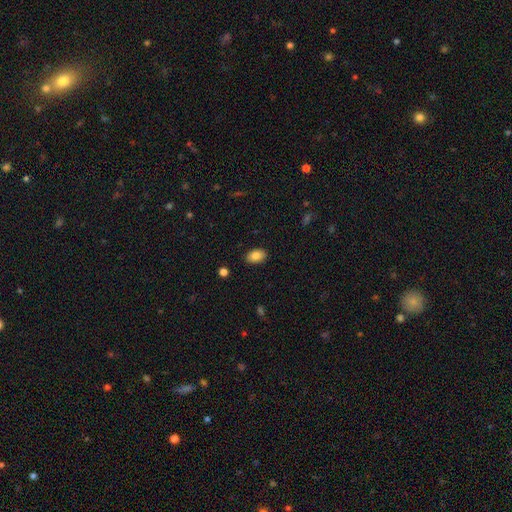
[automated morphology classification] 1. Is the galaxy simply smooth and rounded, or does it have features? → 86% smooth, 8% star or artifact, 6% featured or disk.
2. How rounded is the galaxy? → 88% in between, 11% round, 1% cigar-shaped.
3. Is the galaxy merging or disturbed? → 87% none, 9% minor disturbance, 2% major disturbance, 1% merger.